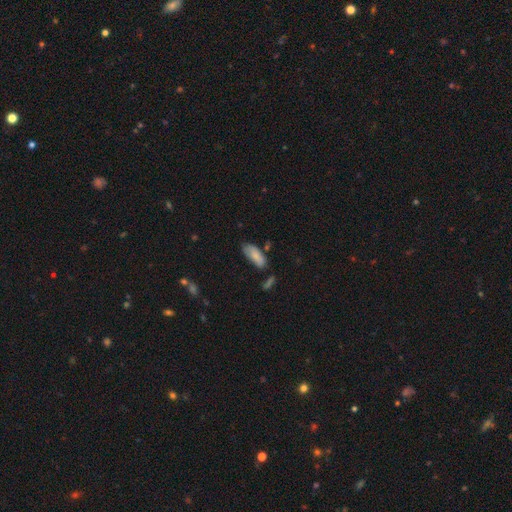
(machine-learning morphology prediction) A smooth galaxy with no disk features (83%) that is in between round and cigar-shaped (75%).

Vote fractions:
- Smooth or featured? smooth: 83% / featured or disk: 10% / star or artifact: 7%
- How rounded? in between: 75% / cigar-shaped: 23% / round: 2%
- Merging? none: 61% / minor disturbance: 26% / merger: 7% / major disturbance: 6%